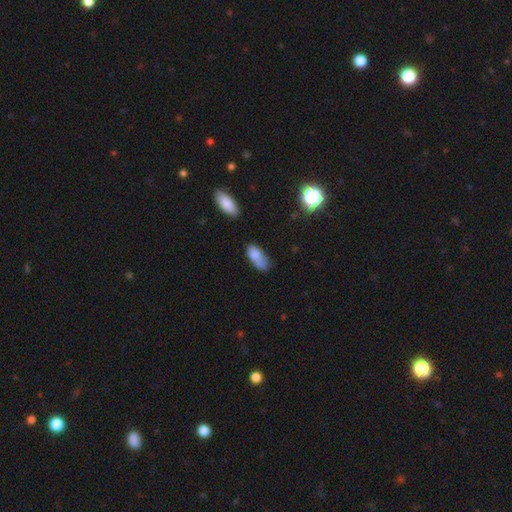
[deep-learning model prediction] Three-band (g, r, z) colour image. It shows a smooth galaxy with no disk features (75%) that is in between round and cigar-shaped (86%). Merging: none (39%).